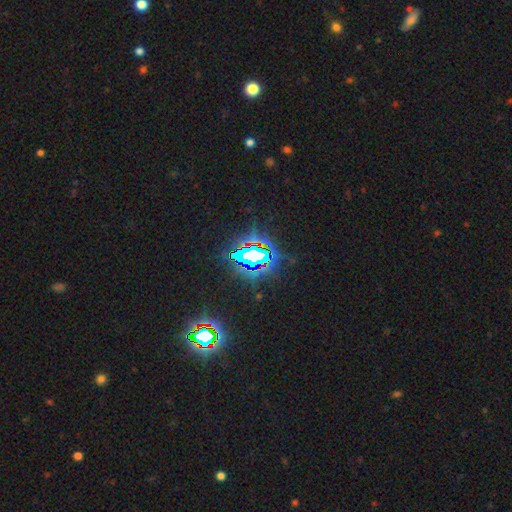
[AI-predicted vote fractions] star or artifact 76%, smooth 13%, featured or disk 11%.